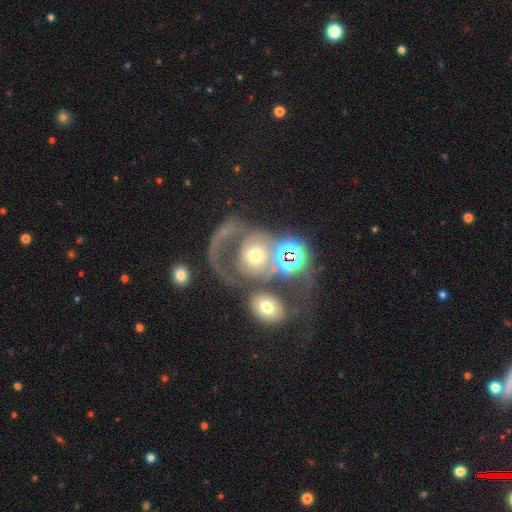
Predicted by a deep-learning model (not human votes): Smooth or featured? featured or disk (55%)
Edge-on disk? no (96%)
Bar? no (75%)
Spiral arms? yes (56%)
Bulge size? moderate (57%)
Merging? major disturbance (36%)